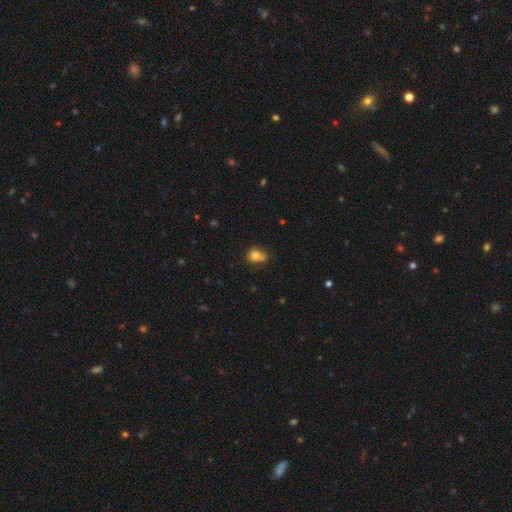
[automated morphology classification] Q: Smooth or featured?
A: smooth (78%); runner-up: star or artifact (12%)
Q: How rounded?
A: round (50%); runner-up: in between (48%)
Q: Merging?
A: none (49%); runner-up: minor disturbance (30%)